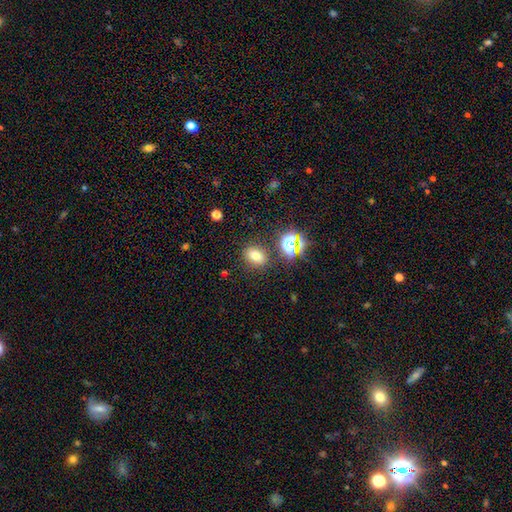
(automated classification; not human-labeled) smooth 68%, star or artifact 22%, featured or disk 10%. Down the decision tree: how rounded — in between (57%); merging — none (82%).